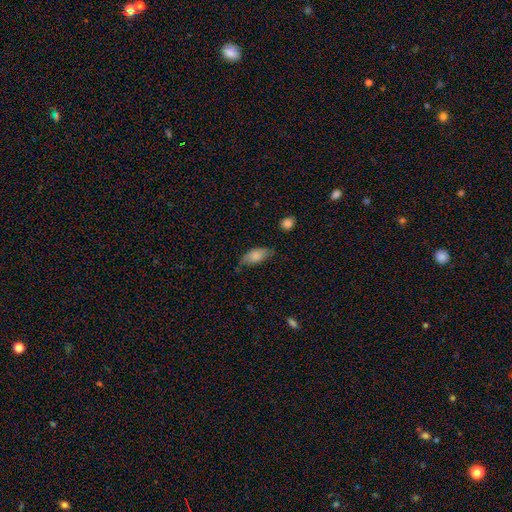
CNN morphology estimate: Smooth or featured?
  - smooth: 80% *
  - featured or disk: 13%
  - star or artifact: 7%
How rounded?
  - in between: 86% *
  - cigar-shaped: 11%
  - round: 3%
Merging?
  - none: 62% *
  - minor disturbance: 30%
  - major disturbance: 6%
  - merger: 2%